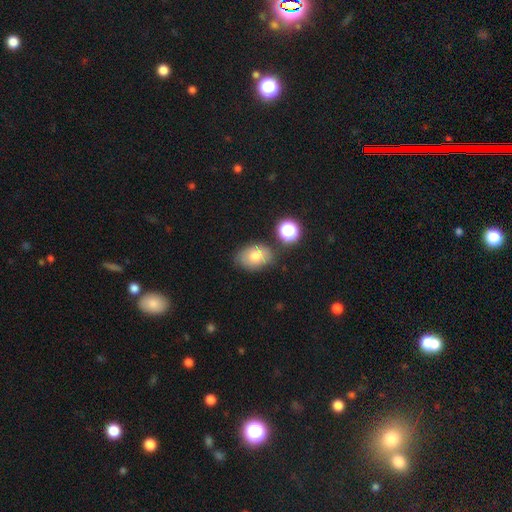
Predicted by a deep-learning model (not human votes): Smooth or featured: smooth — 73% (featured or disk — 16%)
How rounded: in between — 79% (round — 20%)
Merging: none — 72% (minor disturbance — 17%)